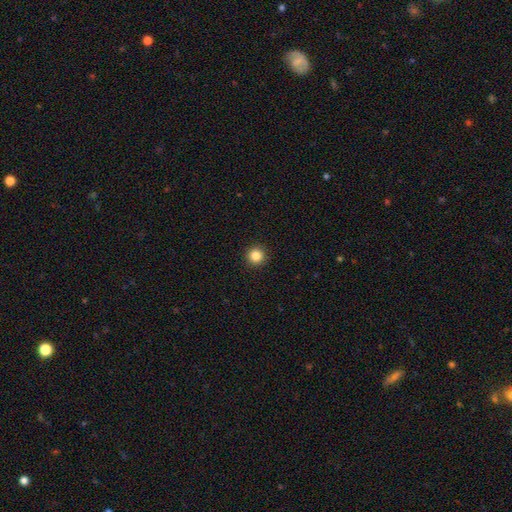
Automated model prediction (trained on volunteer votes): Smooth or featured: smooth — 85% (star or artifact — 11%)
How rounded: round — 96% (in between — 3%)
Merging: none — 93% (minor disturbance — 4%)